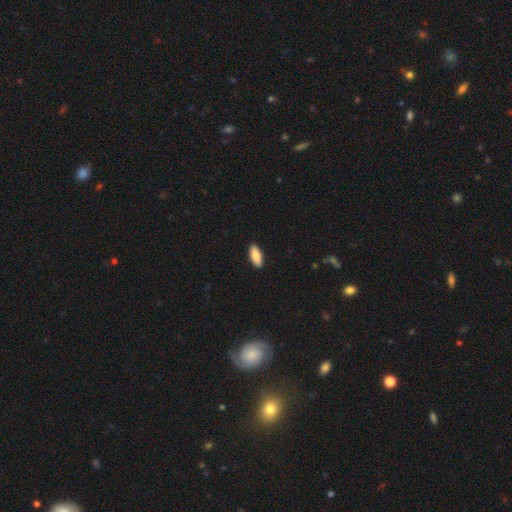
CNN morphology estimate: type=smooth (84%); roundness=in between (69%); merging=none (91%).